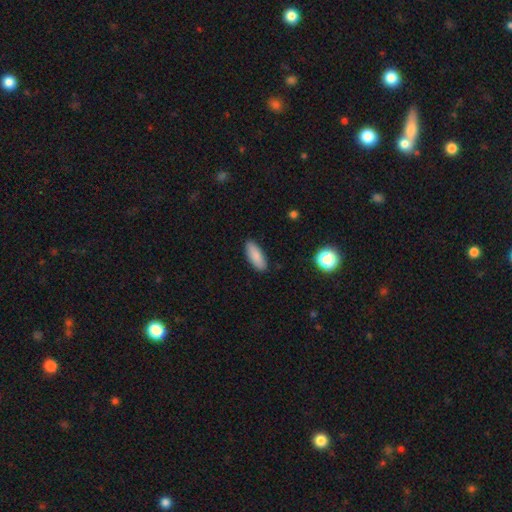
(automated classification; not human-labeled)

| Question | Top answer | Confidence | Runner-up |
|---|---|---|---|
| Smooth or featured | smooth | 87% | star or artifact (7%) |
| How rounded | in between | 73% | cigar-shaped (25%) |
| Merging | none | 89% | minor disturbance (8%) |